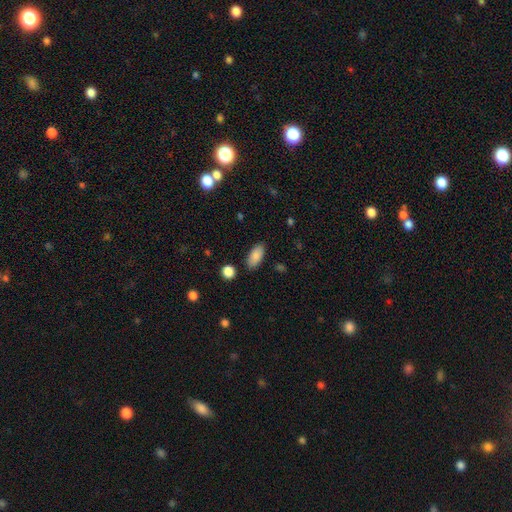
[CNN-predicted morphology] Q: Smooth or featured?
A: smooth (88%); runner-up: star or artifact (7%)
Q: How rounded?
A: in between (88%); runner-up: cigar-shaped (9%)
Q: Merging?
A: none (86%); runner-up: minor disturbance (10%)